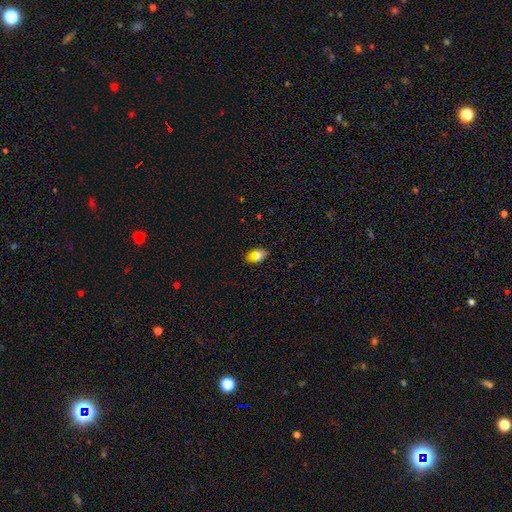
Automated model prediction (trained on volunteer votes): This appears to be a smooth galaxy with no disk features (75%) that is in between round and cigar-shaped (87%). Merging: none (84%).